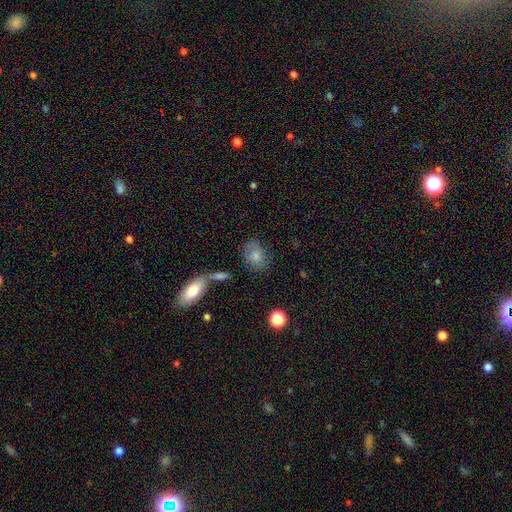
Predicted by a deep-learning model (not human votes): This appears to be a smooth galaxy with no disk features (65%) that is in between round and cigar-shaped (70%). Merging: none (64%).